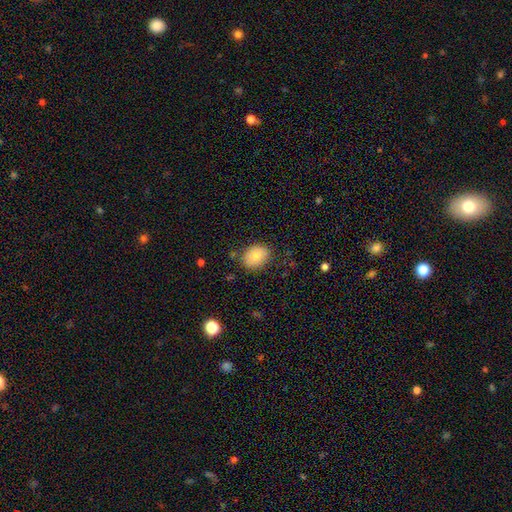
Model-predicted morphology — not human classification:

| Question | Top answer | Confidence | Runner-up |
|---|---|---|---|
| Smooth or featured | smooth | 80% | featured or disk (12%) |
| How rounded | in between | 57% | round (42%) |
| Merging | none | 81% | minor disturbance (14%) |